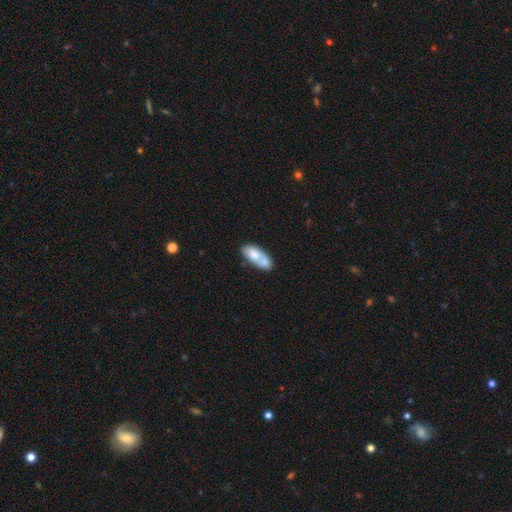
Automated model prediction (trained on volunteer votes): A smooth galaxy with no disk features (68%) that is in between round and cigar-shaped (79%).

Vote fractions:
- Smooth or featured? smooth: 68% / featured or disk: 26% / star or artifact: 7%
- How rounded? in between: 79% / cigar-shaped: 18% / round: 3%
- Merging? merger: 43% / none: 36% / minor disturbance: 16% / major disturbance: 6%